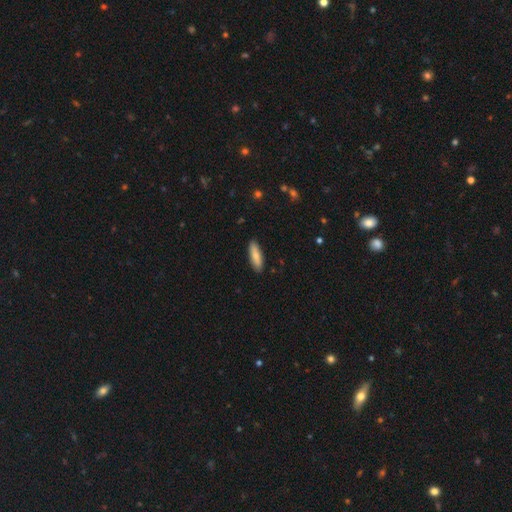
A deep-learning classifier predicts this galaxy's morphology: Smooth or featured? Predicted: smooth (p=0.79). How rounded? Predicted: cigar-shaped (p=0.52). Merging? Predicted: none (p=0.89).